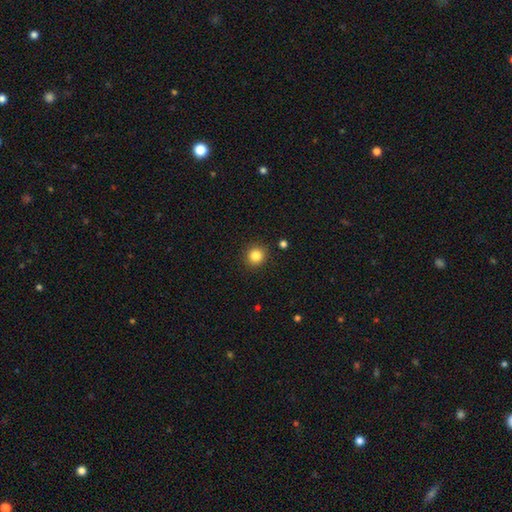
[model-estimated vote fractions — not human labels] This is clearly a smooth galaxy (84%). How rounded: clearly round (92%). Merging: clearly none (91%).